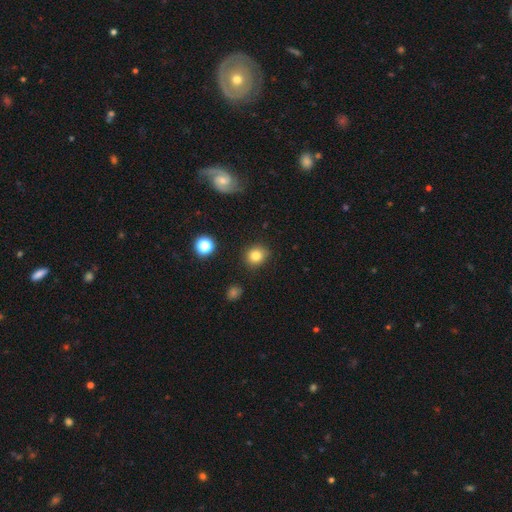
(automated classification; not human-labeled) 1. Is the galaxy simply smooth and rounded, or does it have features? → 82% smooth, 12% star or artifact, 6% featured or disk.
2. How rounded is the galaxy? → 79% round, 20% in between, 1% cigar-shaped.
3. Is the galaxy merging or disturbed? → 86% none, 10% minor disturbance, 3% major disturbance, 2% merger.